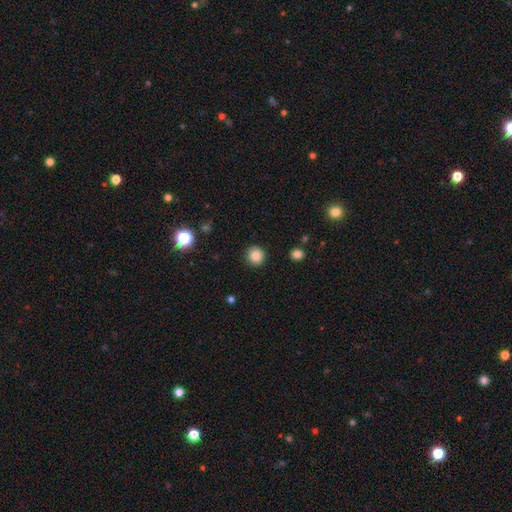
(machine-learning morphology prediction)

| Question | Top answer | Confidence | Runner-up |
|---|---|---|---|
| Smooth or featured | smooth | 86% | star or artifact (10%) |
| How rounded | round | 92% | in between (7%) |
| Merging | none | 91% | minor disturbance (6%) |